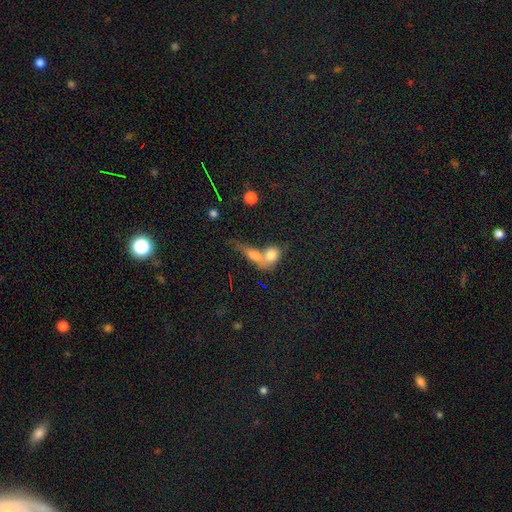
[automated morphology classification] Smooth or featured: smooth — 70% (featured or disk — 19%)
How rounded: in between — 54% (round — 34%)
Merging: merger — 68% (none — 20%)